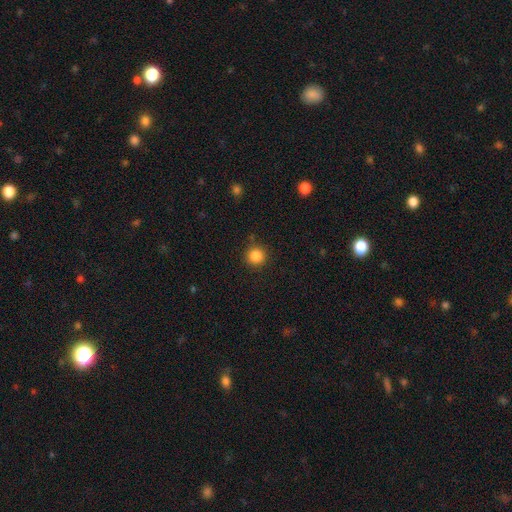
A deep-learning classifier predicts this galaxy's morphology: type=smooth (85%); roundness=round (94%); merging=none (88%).